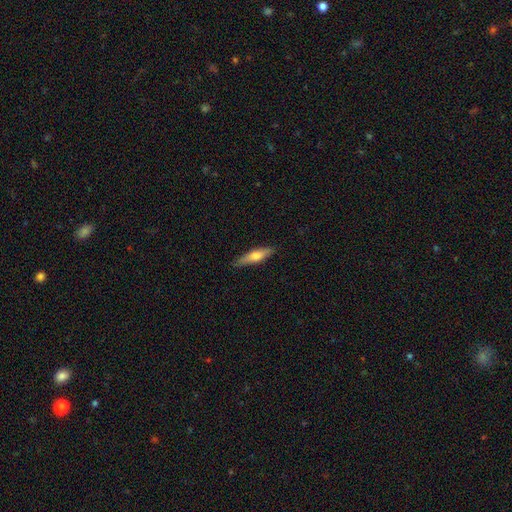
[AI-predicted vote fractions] Morphology: type=smooth (62%); roundness=cigar-shaped (71%); merging=none (85%).